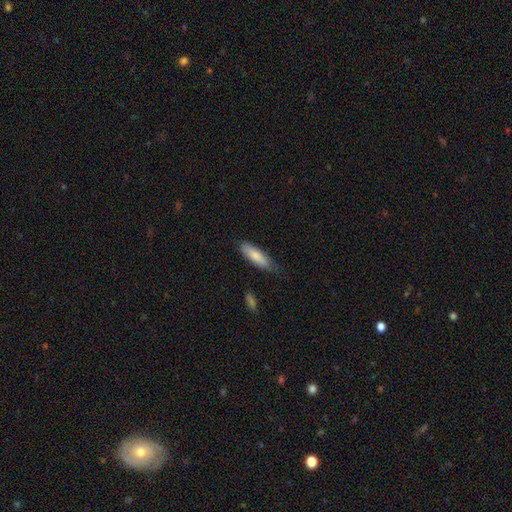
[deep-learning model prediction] The model was most divided on "how rounded": cigar-shaped: 50%, in between: 48%, round: 2%. More confident: smooth or featured — smooth (82%); merging — none (70%).